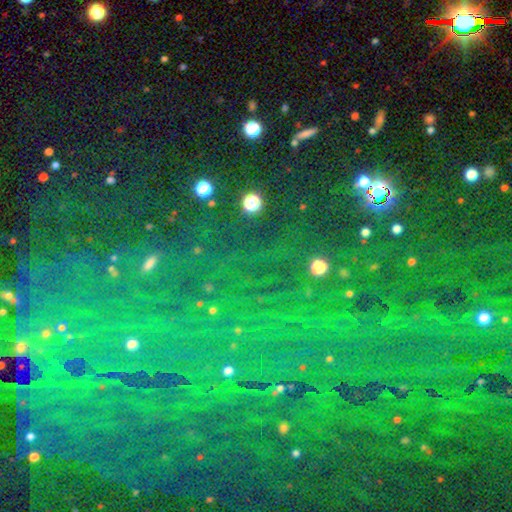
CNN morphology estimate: A star or artifact, not a galaxy (74%).

Vote fractions:
- Smooth or featured? star or artifact: 74% / smooth: 16% / featured or disk: 10%